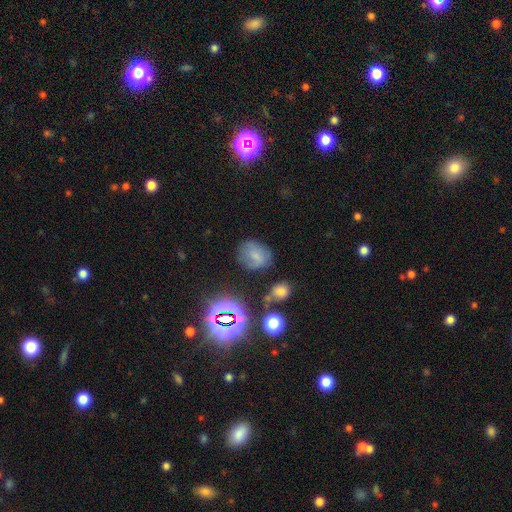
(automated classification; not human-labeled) Smooth or featured? Predicted: smooth (p=0.64). How rounded? Predicted: round (p=0.56). Merging? Predicted: none (p=0.68).